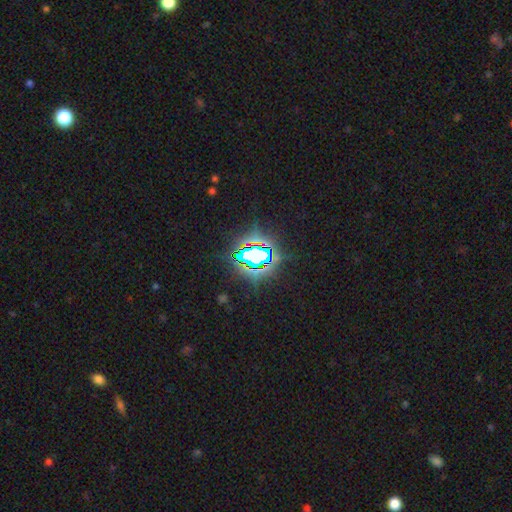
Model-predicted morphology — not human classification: Smooth or featured? Predicted: star or artifact (p=0.75).